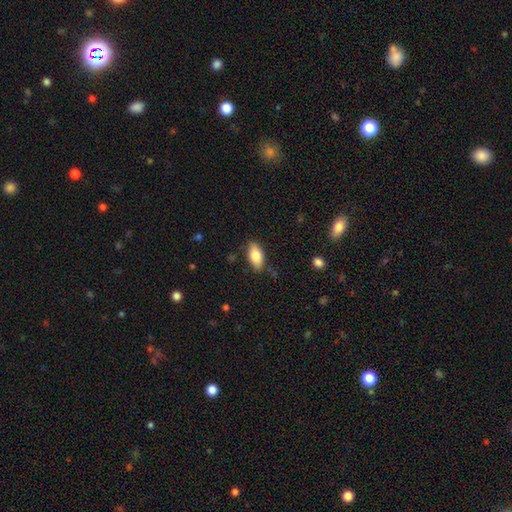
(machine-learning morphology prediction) smooth 79%, featured or disk 14%, star or artifact 7%. Down the decision tree: how rounded — in between (88%); merging — none (83%).